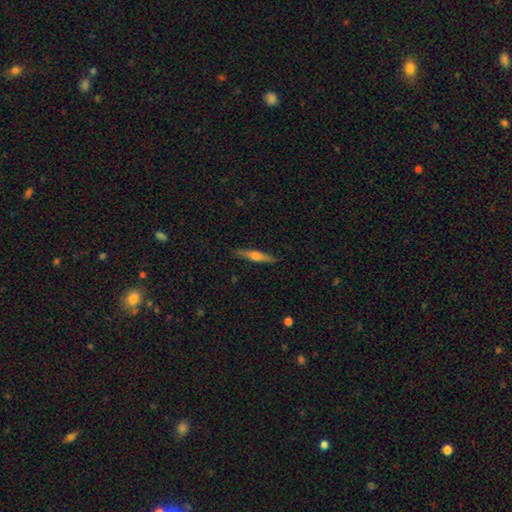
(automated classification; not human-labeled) Smooth or featured? featured or disk (56%)
Edge-on disk? yes (96%)
Edge-on bulge? rounded (83%)
Merging? none (90%)